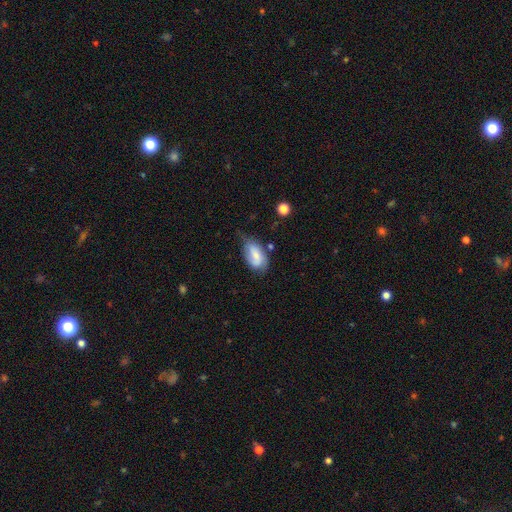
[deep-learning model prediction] smooth 60%, featured or disk 33%, star or artifact 7%. Down the decision tree: how rounded — in between (91%); merging — none (46%).